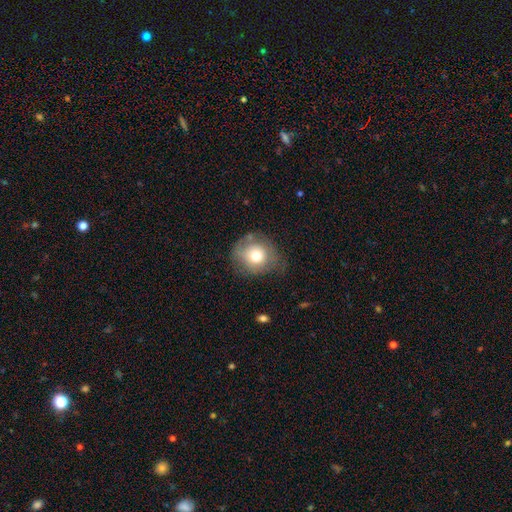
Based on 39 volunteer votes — smooth_or_featured: smooth (p=0.72) [alt: featured or disk p=0.28]
how_rounded: round (p=1.00)
merging: none (p=0.56) [alt: minor disturbance p=0.28]